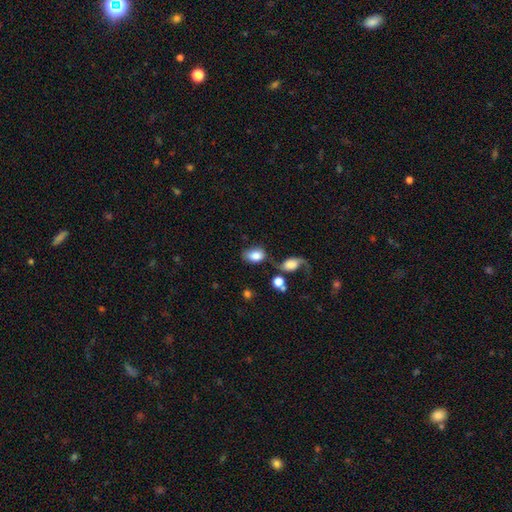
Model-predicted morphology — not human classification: Overall: smooth (79%). How rounded: in between (84%). Merging: none (51%; merger 19%).